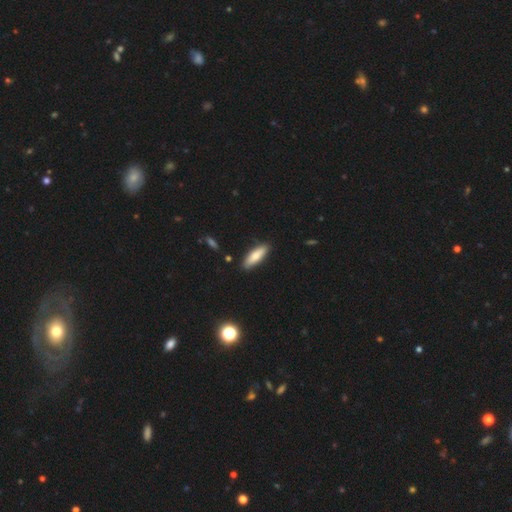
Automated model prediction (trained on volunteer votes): A smooth galaxy with no disk features (77%) that is in between round and cigar-shaped (49%, tied with cigar-shaped). Merging: none (86%).